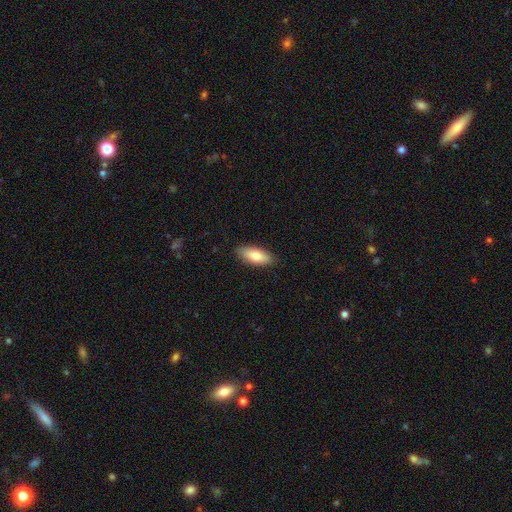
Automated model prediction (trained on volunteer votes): smooth 77%, featured or disk 17%, star or artifact 6%. Down the decision tree: how rounded — in between (77%); merging — none (88%).